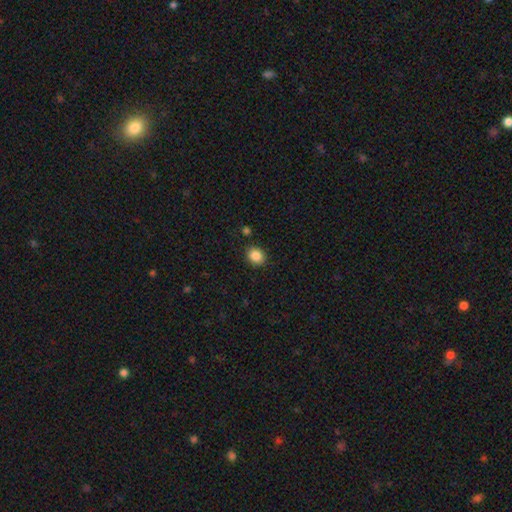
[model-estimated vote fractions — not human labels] Smooth or featured? smooth (86%)
How rounded? round (61%)
Merging? none (87%)